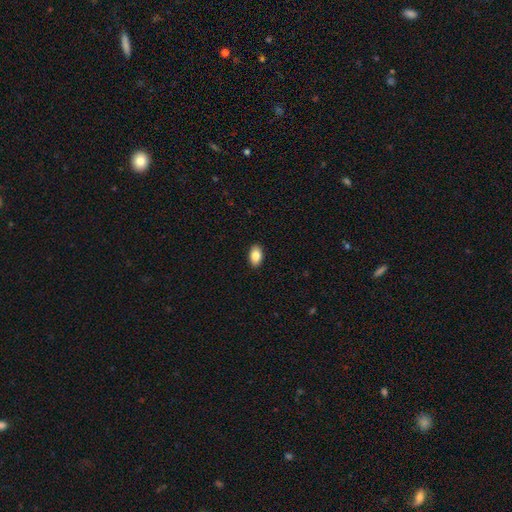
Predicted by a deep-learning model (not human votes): The model was most divided on "smooth or featured": smooth: 85%, featured or disk: 8%, star or artifact: 7%. More confident: how rounded — in between (91%); merging — none (90%).